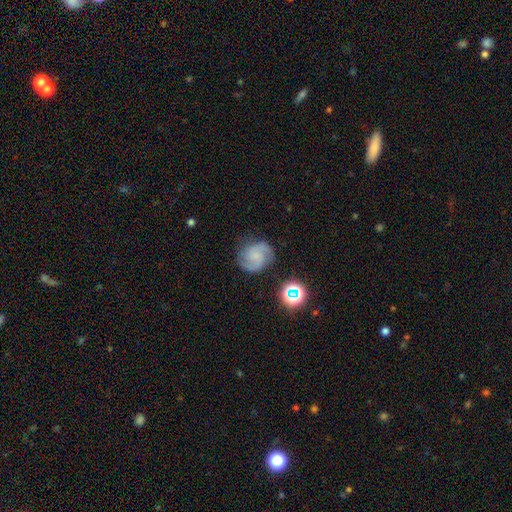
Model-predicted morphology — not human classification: Smooth or featured? featured or disk (76%)
Edge-on disk? no (98%)
Bar? no (59%)
Spiral arms? yes (97%)
Spiral winding? medium (51%)
Spiral arm count? 2 (84%)
Bulge size? small (43%)
Merging? none (78%)